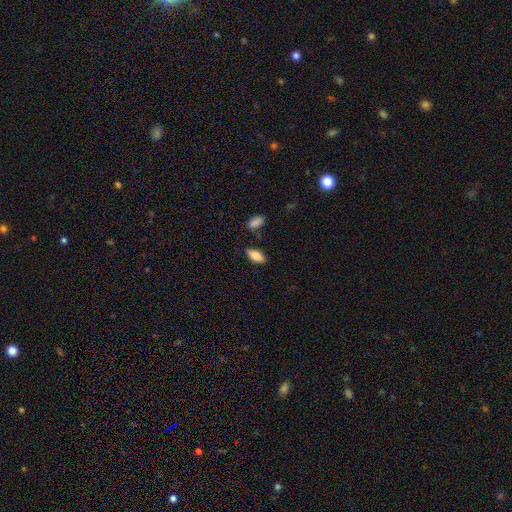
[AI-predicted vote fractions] A smooth galaxy with no disk features (83%) that is in between round and cigar-shaped (90%).

Vote fractions:
- Smooth or featured? smooth: 83% / featured or disk: 10% / star or artifact: 7%
- How rounded? in between: 90% / cigar-shaped: 8% / round: 3%
- Merging? none: 81% / minor disturbance: 13% / merger: 3% / major disturbance: 3%